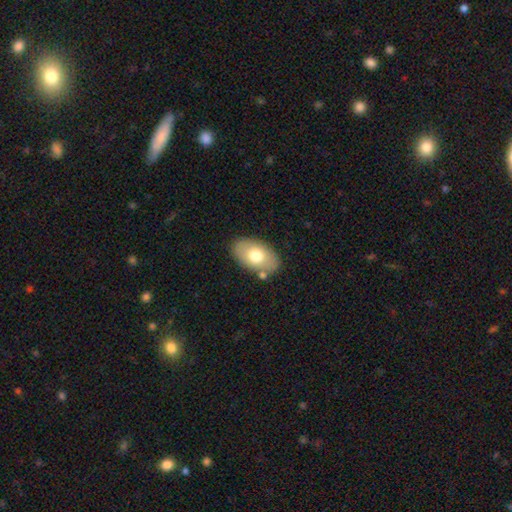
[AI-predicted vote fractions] A smooth galaxy with no disk features (70%) that is in between round and cigar-shaped (92%).

Vote fractions:
- Smooth or featured? smooth: 70% / featured or disk: 23% / star or artifact: 6%
- How rounded? in between: 92% / round: 6% / cigar-shaped: 1%
- Merging? none: 79% / minor disturbance: 12% / merger: 5% / major disturbance: 3%